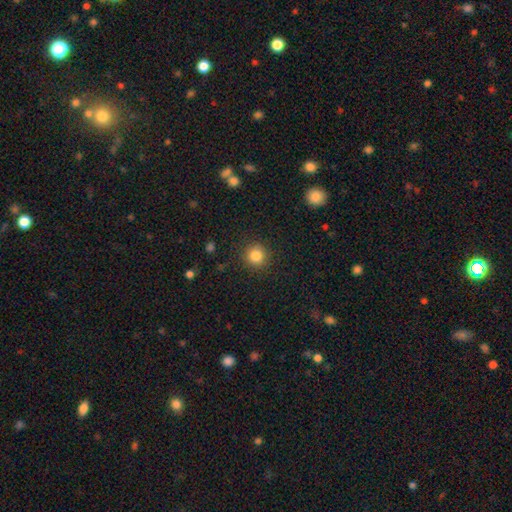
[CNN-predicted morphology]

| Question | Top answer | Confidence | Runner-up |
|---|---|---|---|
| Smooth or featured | smooth | 84% | star or artifact (11%) |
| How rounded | round | 92% | in between (7%) |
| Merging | none | 89% | minor disturbance (7%) |